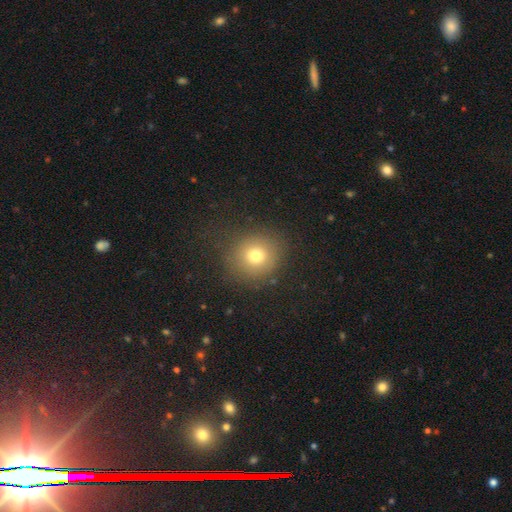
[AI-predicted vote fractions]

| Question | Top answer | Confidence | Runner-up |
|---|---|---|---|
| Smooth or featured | smooth | 74% | star or artifact (16%) |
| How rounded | round | 88% | in between (11%) |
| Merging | none | 83% | minor disturbance (10%) |